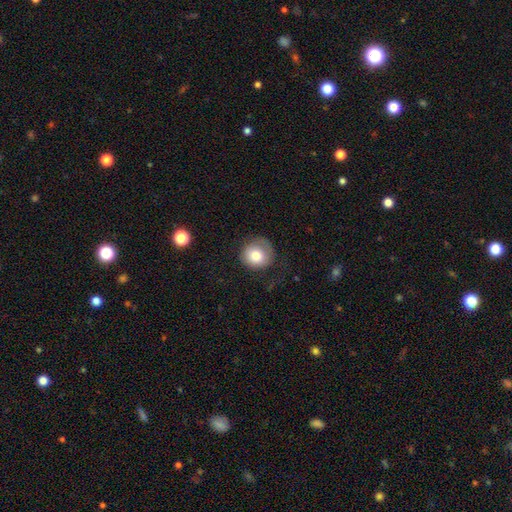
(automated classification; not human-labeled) Smooth or featured?
  - smooth: 79% *
  - featured or disk: 14%
  - star or artifact: 8%
How rounded?
  - round: 89% *
  - in between: 10%
  - cigar-shaped: 1%
Merging?
  - none: 61% *
  - minor disturbance: 22%
  - major disturbance: 15%
  - merger: 2%